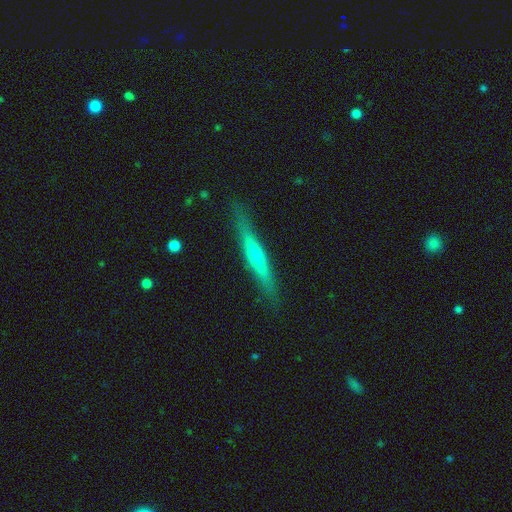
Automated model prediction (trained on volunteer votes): Overall: featured or disk (52%; smooth 42%). Edge-on disk: yes (94%). Merging: none (86%).